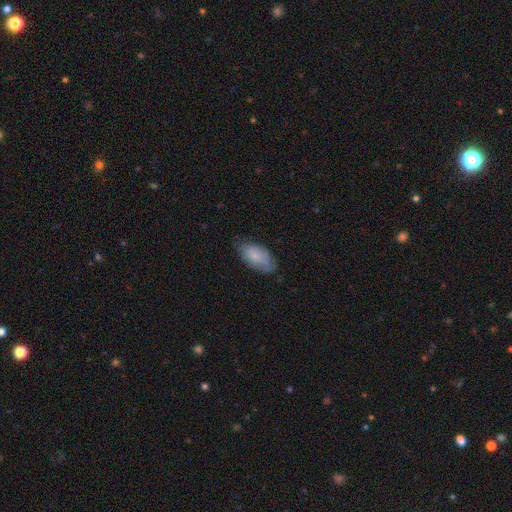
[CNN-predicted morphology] The model was most divided on "merging": none: 64%, minor disturbance: 29%, major disturbance: 6%, merger: 1%. More confident: how rounded — in between (93%); smooth or featured — smooth (78%).